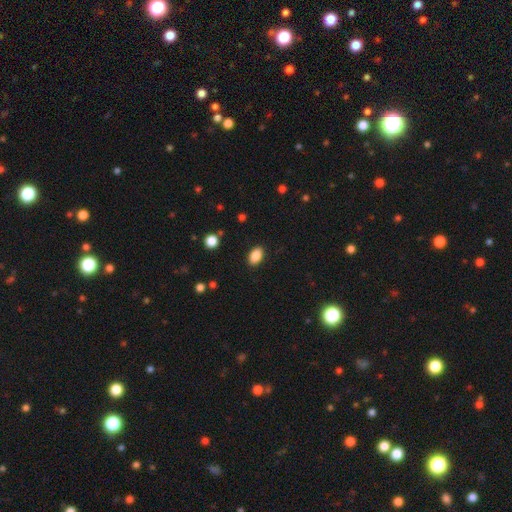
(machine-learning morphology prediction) Smooth or featured?
  - smooth: 87% *
  - star or artifact: 8%
  - featured or disk: 4%
How rounded?
  - in between: 91% *
  - round: 8%
  - cigar-shaped: 2%
Merging?
  - none: 89% *
  - minor disturbance: 8%
  - major disturbance: 2%
  - merger: 1%